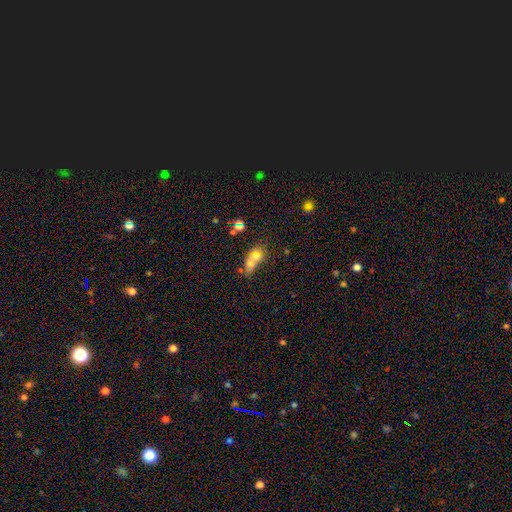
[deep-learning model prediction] Smooth or featured?
  - smooth: 51% *
  - star or artifact: 27%
  - featured or disk: 21%
How rounded?
  - in between: 62% *
  - round: 31%
  - cigar-shaped: 7%
Merging?
  - merger: 48% *
  - none: 34%
  - minor disturbance: 10%
  - major disturbance: 8%